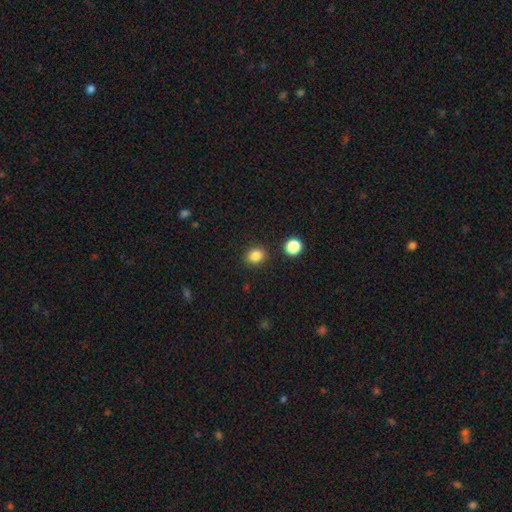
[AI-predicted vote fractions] A smooth galaxy with no disk features (84%) that is round (59%). Merging: none (87%).